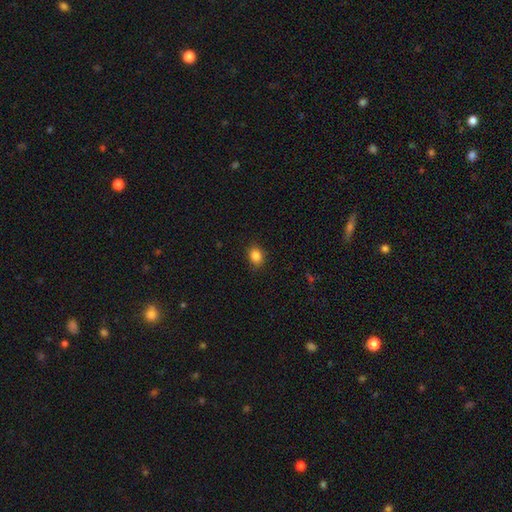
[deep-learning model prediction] Morphology: type=smooth (86%); roundness=round (51%); merging=none (86%).